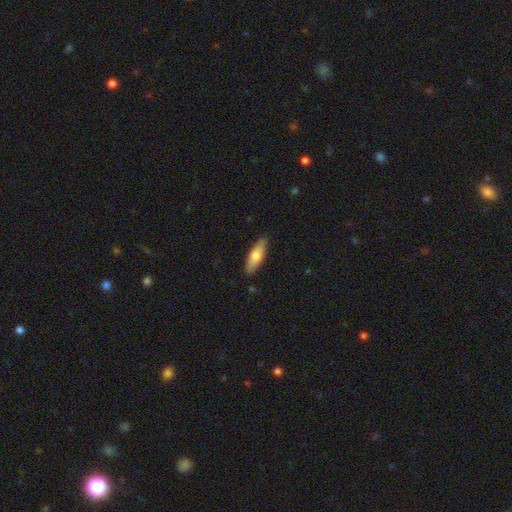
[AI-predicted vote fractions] A smooth galaxy with no disk features (67%) that is in between round and cigar-shaped (50%).

Vote fractions:
- Smooth or featured? smooth: 67% / featured or disk: 27% / star or artifact: 6%
- How rounded? in between: 50% / cigar-shaped: 48% / round: 2%
- Merging? none: 87% / minor disturbance: 10% / major disturbance: 2% / merger: 1%